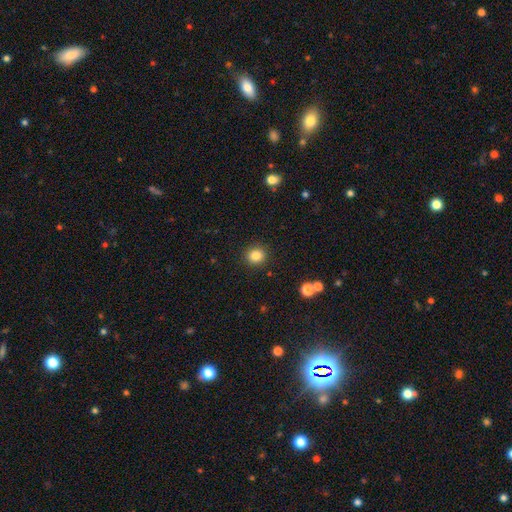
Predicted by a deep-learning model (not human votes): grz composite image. It shows a smooth galaxy with no disk features (84%) that is round (85%). Merging: none (91%).